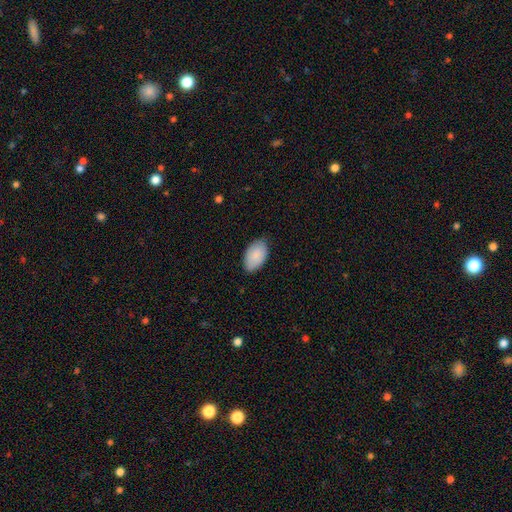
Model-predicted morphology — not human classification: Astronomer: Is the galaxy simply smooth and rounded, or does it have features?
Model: smooth — 87%.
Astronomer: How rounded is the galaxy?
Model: in between — 94%.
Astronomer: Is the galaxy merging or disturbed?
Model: none — 82%.